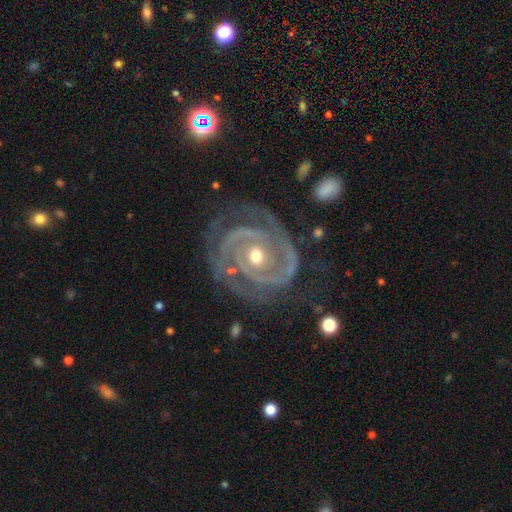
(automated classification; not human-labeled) Morphology: type=featured or disk (93%); edge-on=no (98%); bar=no (60%); spiral arms=yes (98%); winding=tight (77%); arm count=2 (65%); bulge=moderate (56%); merging=none (76%).